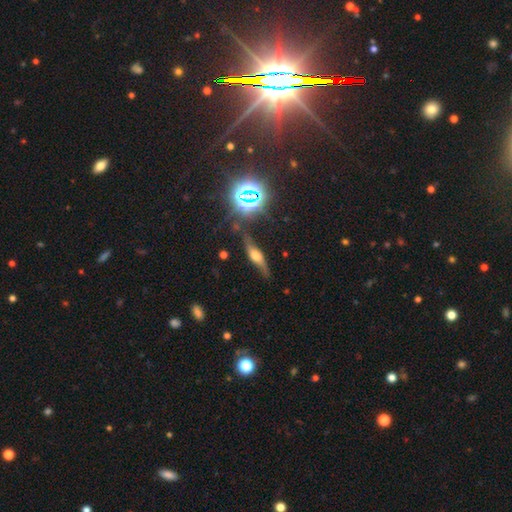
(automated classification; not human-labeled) featured or disk 60%, smooth 26%, star or artifact 15%. Down the decision tree: edge-on disk — yes (74%); merging — none (67%).